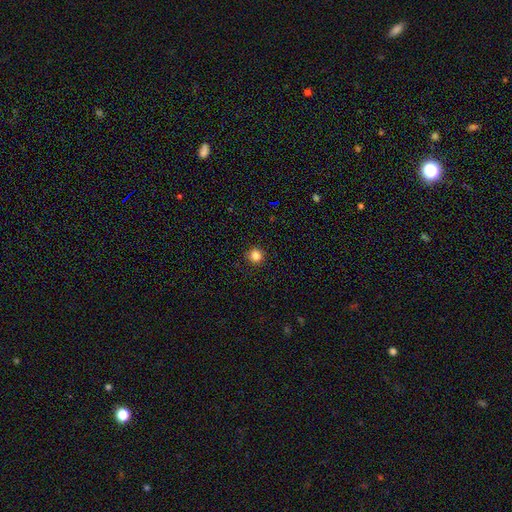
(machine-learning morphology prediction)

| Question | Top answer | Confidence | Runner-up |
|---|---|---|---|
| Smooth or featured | smooth | 84% | star or artifact (12%) |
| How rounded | round | 94% | in between (5%) |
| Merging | none | 92% | minor disturbance (5%) |